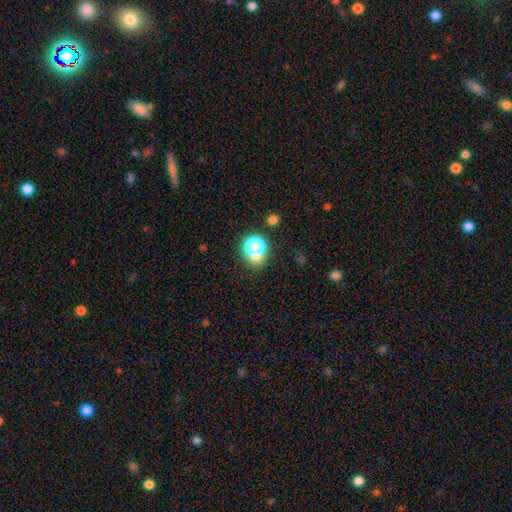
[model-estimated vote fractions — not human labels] Smooth or featured? Predicted: smooth (p=0.61). How rounded? Predicted: round (p=0.74). Merging? Predicted: none (p=0.61).